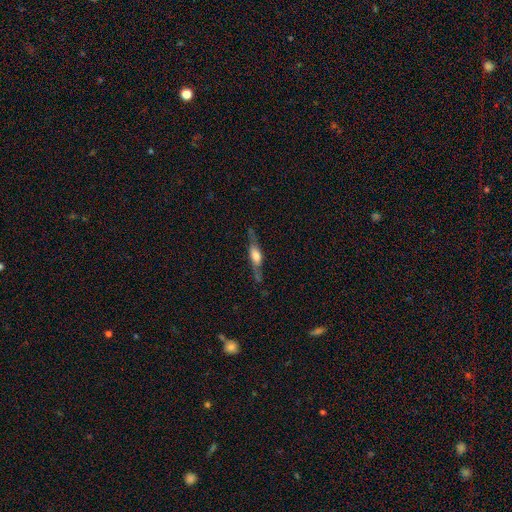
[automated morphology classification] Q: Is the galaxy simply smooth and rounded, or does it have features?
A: featured or disk — 66%.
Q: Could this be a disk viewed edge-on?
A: yes — 88%.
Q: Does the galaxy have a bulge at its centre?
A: rounded — 78%.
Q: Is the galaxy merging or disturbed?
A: none — 73%.